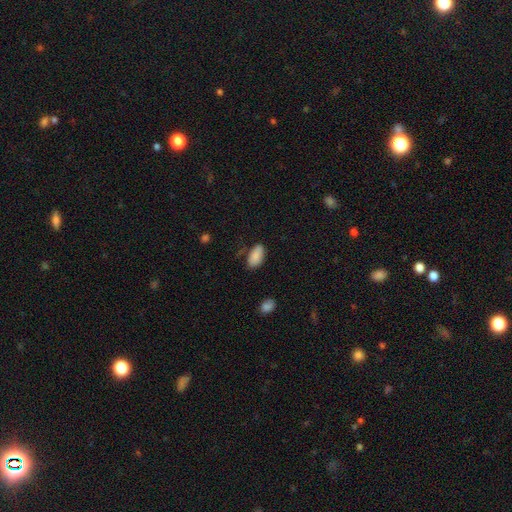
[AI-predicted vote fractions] Overall: smooth (88%). How rounded: in between (93%). Merging: none (72%).